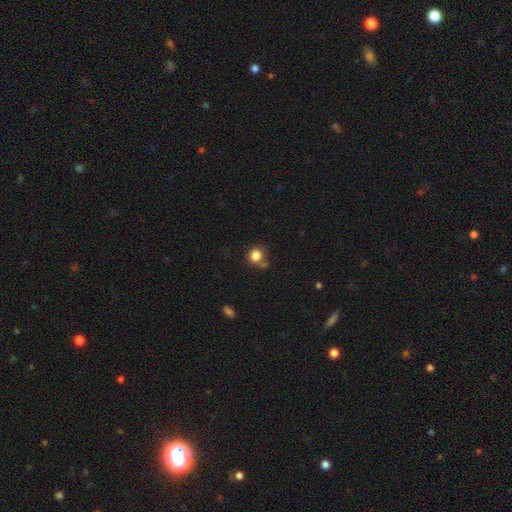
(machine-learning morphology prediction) Overall: smooth (83%). How rounded: round (84%). Merging: none (66%).